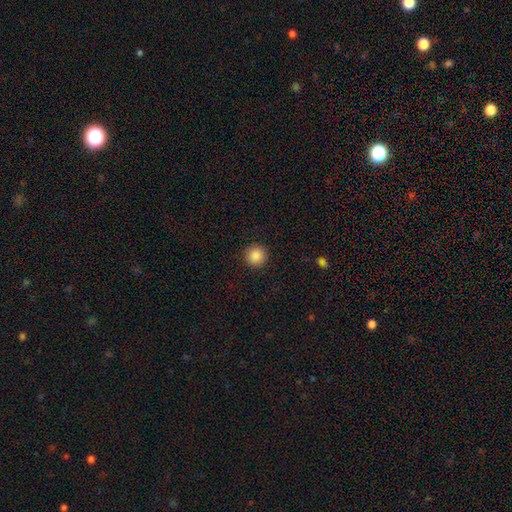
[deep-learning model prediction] Smooth or featured? smooth (88%)
How rounded? round (95%)
Merging? none (92%)